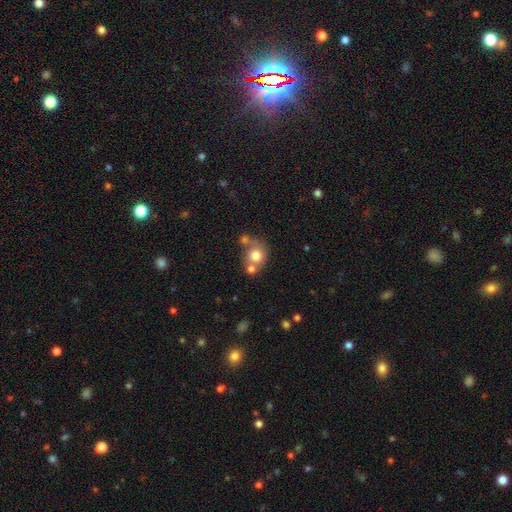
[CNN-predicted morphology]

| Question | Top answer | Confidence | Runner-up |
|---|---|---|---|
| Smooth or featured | smooth | 74% | featured or disk (15%) |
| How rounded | round | 77% | in between (22%) |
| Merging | none | 43% | merger (38%) |